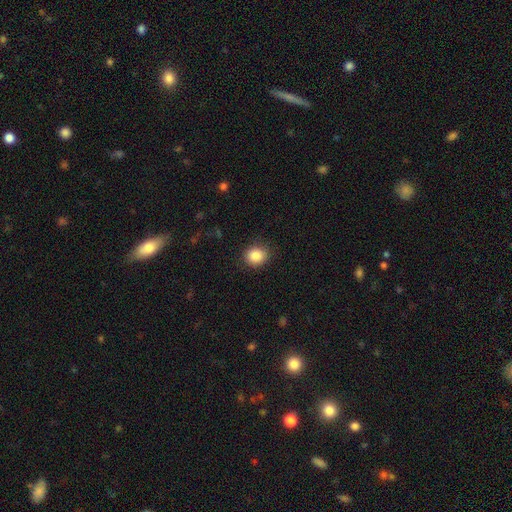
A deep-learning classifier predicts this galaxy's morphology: Smooth or featured? Predicted: smooth (p=0.86). How rounded? Predicted: round (p=0.73). Merging? Predicted: none (p=0.86).